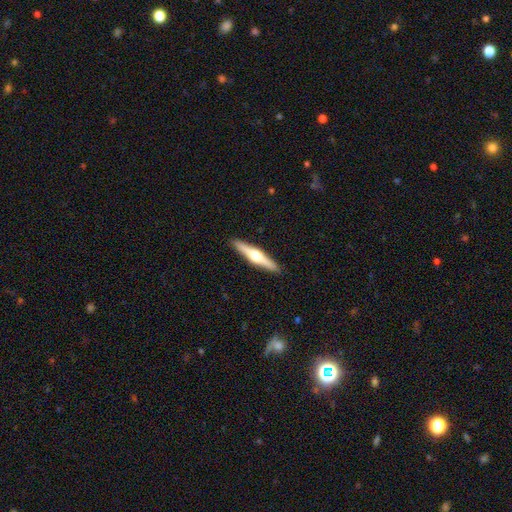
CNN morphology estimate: Smooth or featured? featured or disk (66%)
Edge-on disk? yes (98%)
Edge-on bulge? rounded (94%)
Merging? none (92%)